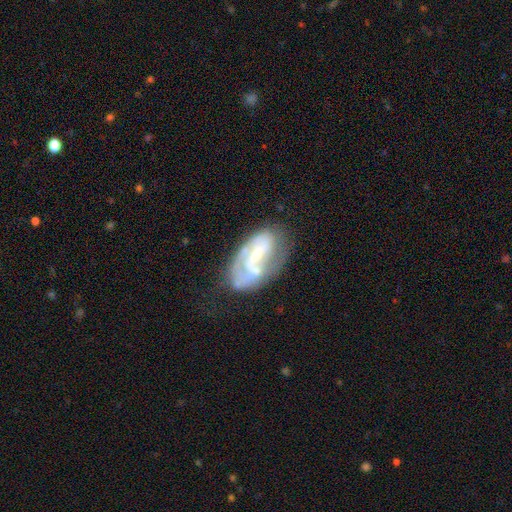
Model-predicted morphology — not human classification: The model was most divided on "spiral winding": tight: 41%, medium: 40%, loose: 20%. Remaining: edge-on disk — no (96%); spiral arms — yes (79%); smooth or featured — featured or disk (77%); bulge size — small (58%); merging — none (54%); spiral arm count — 2 (53%); bar — weak (42%).